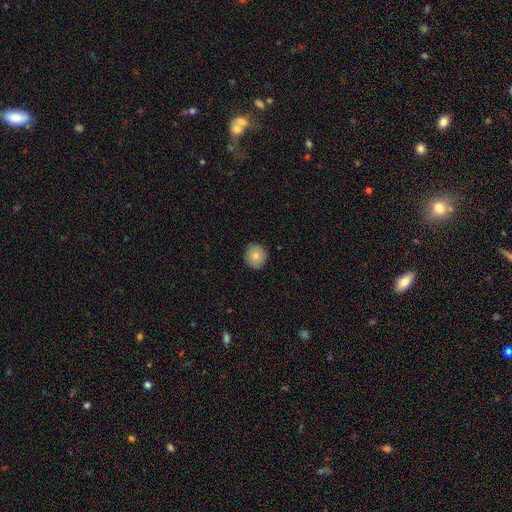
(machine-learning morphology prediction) Smooth or featured? smooth (80%)
How rounded? round (89%)
Merging? none (89%)